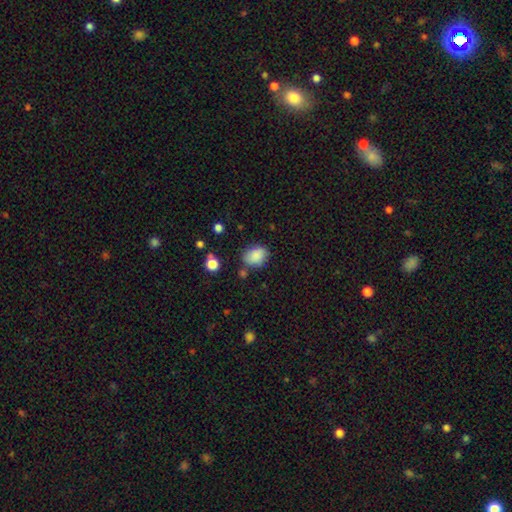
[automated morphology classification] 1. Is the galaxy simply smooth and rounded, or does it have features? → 84% smooth, 9% star or artifact, 7% featured or disk.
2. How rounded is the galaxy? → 67% in between, 32% round, 1% cigar-shaped.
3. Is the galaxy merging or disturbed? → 71% none, 19% minor disturbance, 5% merger, 5% major disturbance.